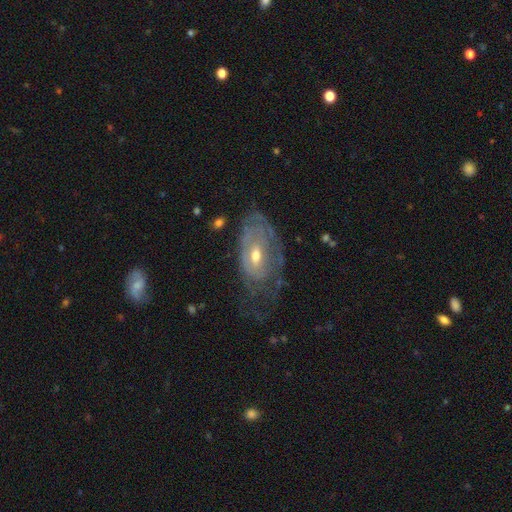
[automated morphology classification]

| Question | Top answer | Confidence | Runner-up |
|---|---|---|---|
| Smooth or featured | featured or disk | 73% | smooth (20%) |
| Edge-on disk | no | 92% | yes (8%) |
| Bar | no | 54% | weak (37%) |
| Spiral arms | yes | 66% | no (34%) |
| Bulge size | moderate | 63% | small (30%) |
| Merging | none | 47% | major disturbance (26%) |